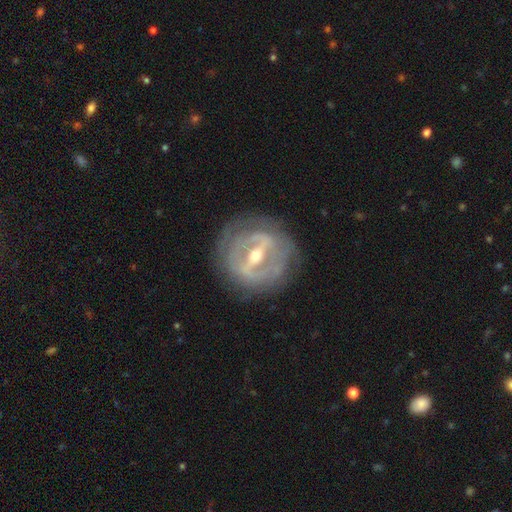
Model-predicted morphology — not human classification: smooth_or_featured: featured or disk (p=0.85) [alt: smooth p=0.09]
disk_edge_on: no (p=0.90) [alt: yes p=0.10]
bar: strong (p=0.74) [alt: weak p=0.20]
has_spiral_arms: yes (p=0.55) [alt: no p=0.45]
bulge_size: moderate (p=0.66) [alt: small p=0.27]
merging: none (p=0.79) [alt: minor disturbance p=0.13]